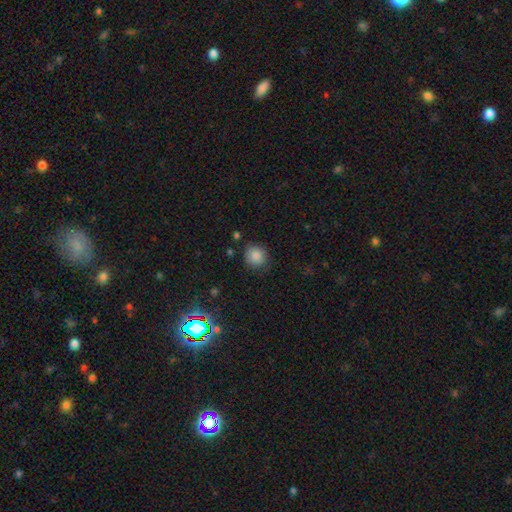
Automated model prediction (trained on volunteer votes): Overall: smooth (84%). How rounded: round (85%). Merging: none (80%).